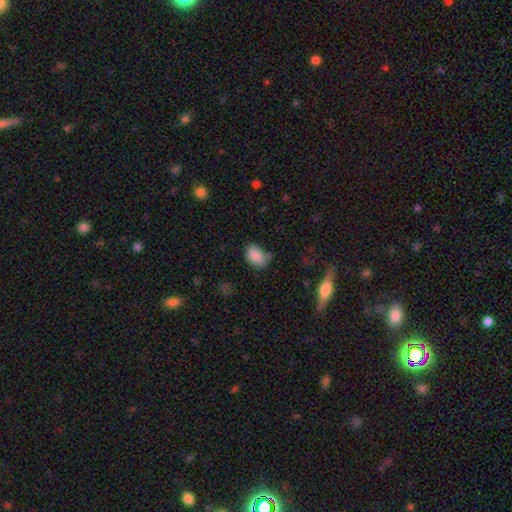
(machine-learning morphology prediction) Smooth or featured? Predicted: smooth (p=0.86). How rounded? Predicted: in between (p=0.89). Merging? Predicted: none (p=0.62).